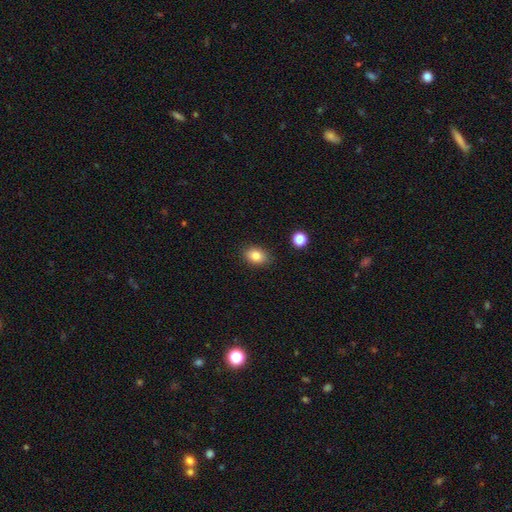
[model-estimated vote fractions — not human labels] smooth 83%, star or artifact 9%, featured or disk 7%. Down the decision tree: how rounded — in between (75%); merging — none (87%).